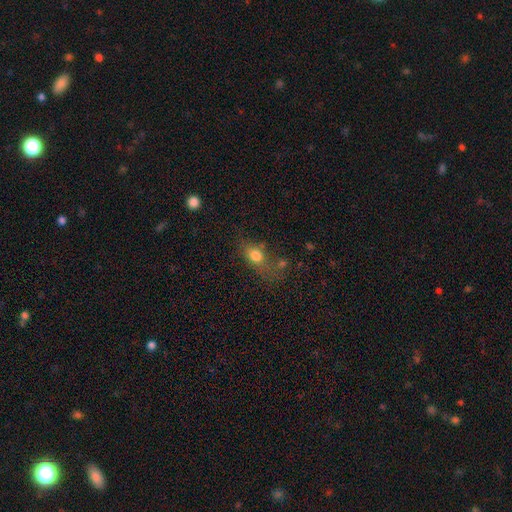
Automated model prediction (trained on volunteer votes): Smooth or featured: smooth — 75% (featured or disk — 13%)
How rounded: in between — 64% (round — 30%)
Merging: none — 44% (minor disturbance — 24%)